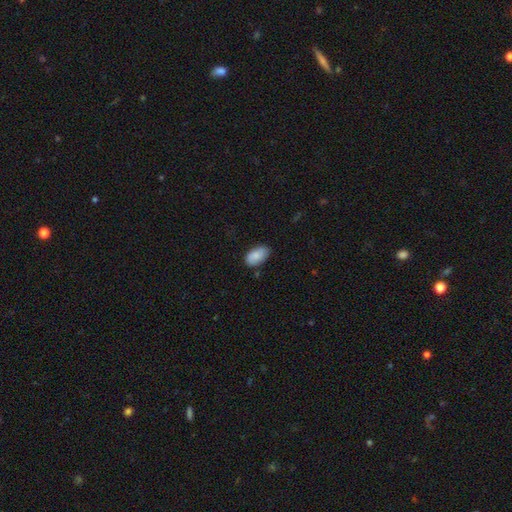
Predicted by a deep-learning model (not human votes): smooth_or_featured: smooth (p=0.83) [alt: featured or disk p=0.10]
how_rounded: in between (p=0.94) [alt: round p=0.04]
merging: none (p=0.79) [alt: minor disturbance p=0.17]